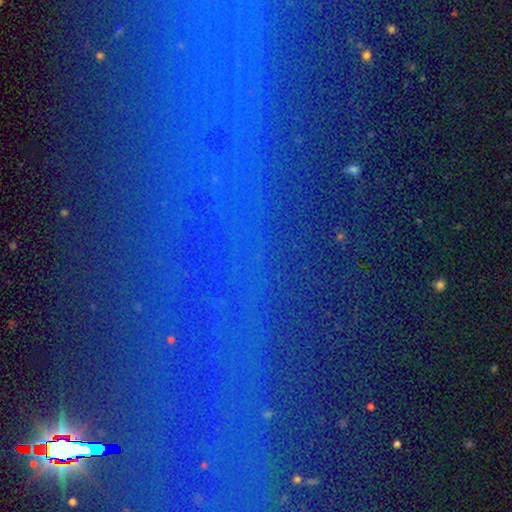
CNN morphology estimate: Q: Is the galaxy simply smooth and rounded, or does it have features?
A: star or artifact — 82%.